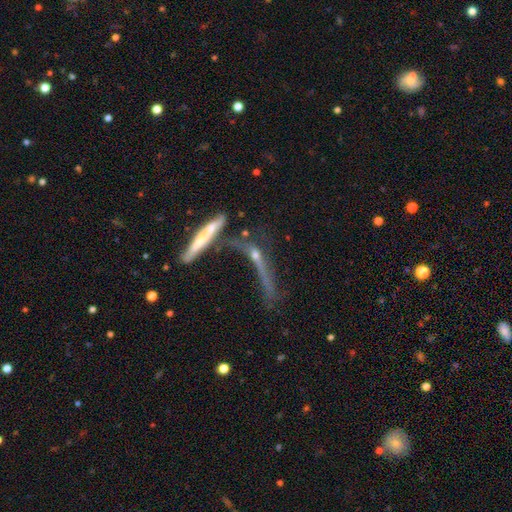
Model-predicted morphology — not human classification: This is possibly a featured or disk galaxy (55%). It is likely viewed edge-on (77%). Merging: marginally none (37%).